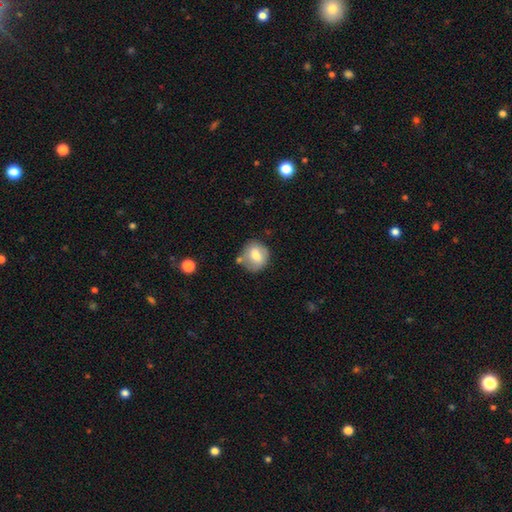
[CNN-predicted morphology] Smooth or featured? Predicted: smooth (p=0.70). How rounded? Predicted: round (p=0.77). Merging? Predicted: none (p=0.64).